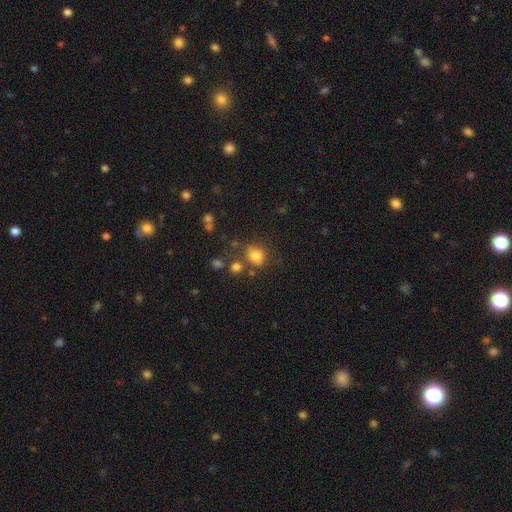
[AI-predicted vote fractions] smooth 78%, star or artifact 14%, featured or disk 9%. Down the decision tree: how rounded — round (73%); merging — none (66%).